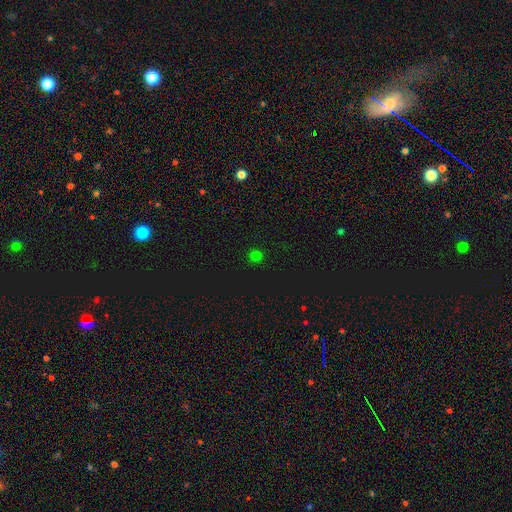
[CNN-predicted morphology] This is likely a smooth galaxy (73%). How rounded: clearly round (93%). Merging: clearly none (91%).